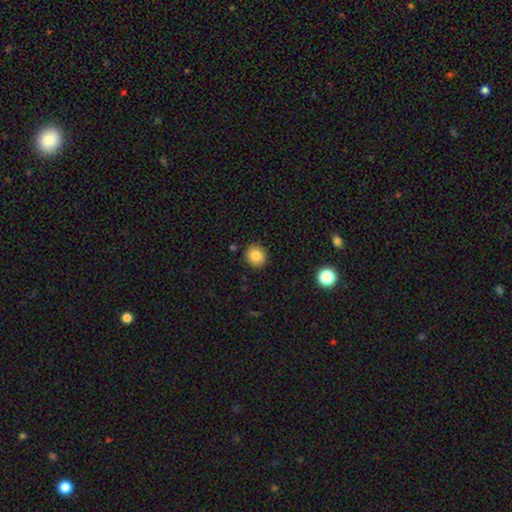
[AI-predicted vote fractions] Smooth or featured? Predicted: smooth (p=0.84). How rounded? Predicted: round (p=0.82). Merging? Predicted: none (p=0.90).